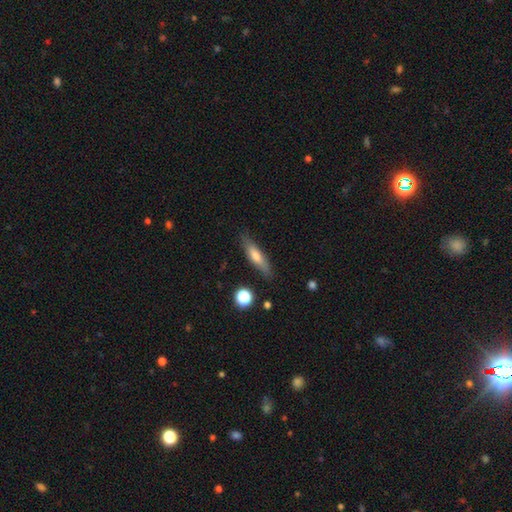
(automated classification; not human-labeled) Smooth or featured: smooth — 60% (featured or disk — 32%)
How rounded: cigar-shaped — 70% (in between — 27%)
Merging: none — 82% (minor disturbance — 13%)